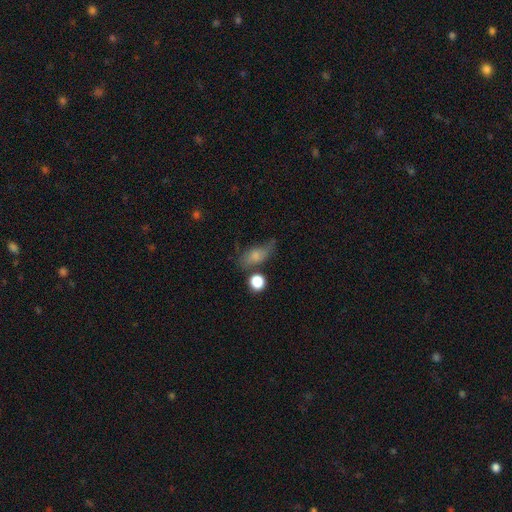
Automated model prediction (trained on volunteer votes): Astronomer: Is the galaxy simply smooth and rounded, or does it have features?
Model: smooth — 69%.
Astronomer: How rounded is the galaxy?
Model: in between — 74%.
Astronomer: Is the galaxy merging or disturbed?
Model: none — 48% (runner-up: minor disturbance, 28%).